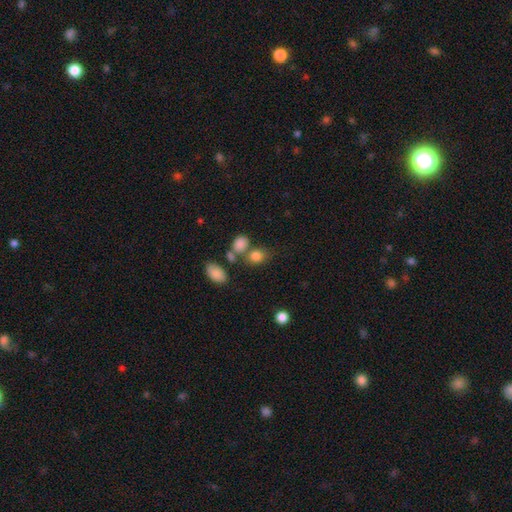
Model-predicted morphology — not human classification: Smooth or featured?
  - smooth: 81% *
  - star or artifact: 11%
  - featured or disk: 7%
How rounded?
  - round: 50% *
  - in between: 48%
  - cigar-shaped: 1%
Merging?
  - none: 55% *
  - merger: 25%
  - minor disturbance: 13%
  - major disturbance: 7%